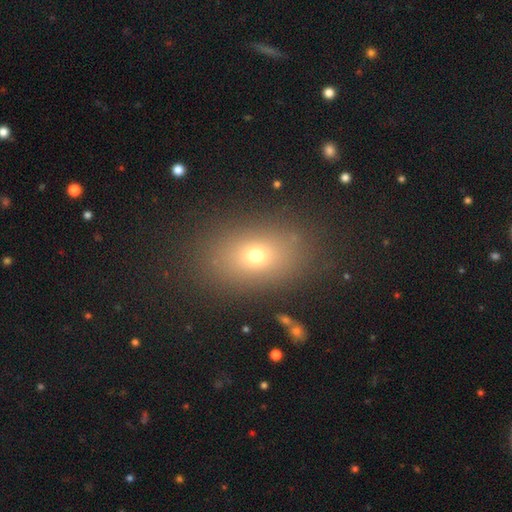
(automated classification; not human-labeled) This is likely a smooth galaxy (68%). How rounded: likely in between (75%). Merging: clearly none (84%).